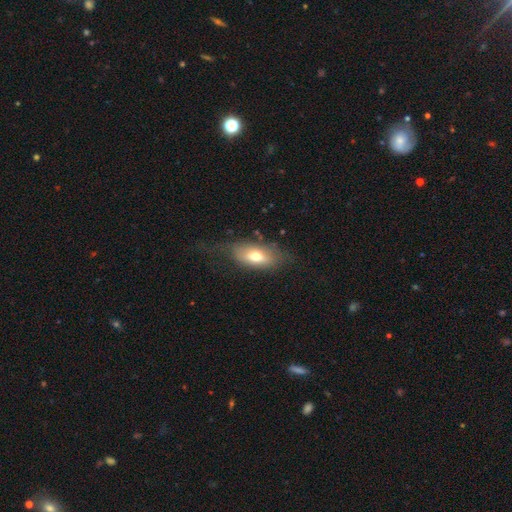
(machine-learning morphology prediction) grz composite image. It shows a smooth galaxy with no disk features (67%) that is in between round and cigar-shaped (86%). Merging: none (58%).